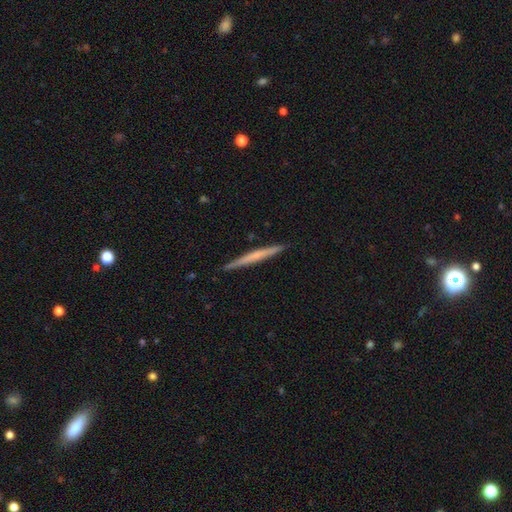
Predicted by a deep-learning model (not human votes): featured or disk 50%, smooth 45%, star or artifact 5%. Down the decision tree: merging — none (92%).